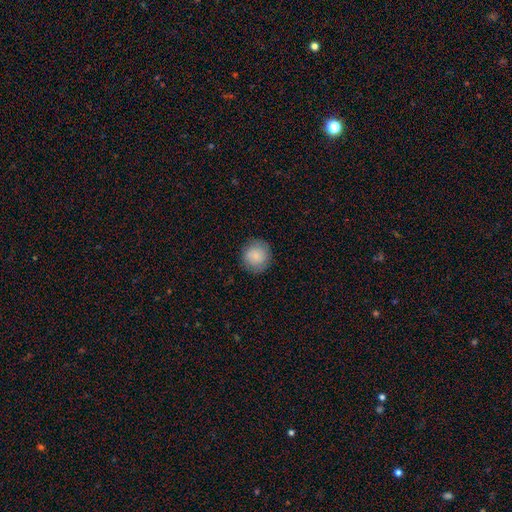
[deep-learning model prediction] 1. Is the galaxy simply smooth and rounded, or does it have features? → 80% smooth, 13% featured or disk, 7% star or artifact.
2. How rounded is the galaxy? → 91% round, 8% in between, 1% cigar-shaped.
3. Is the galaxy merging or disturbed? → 85% none, 11% minor disturbance, 3% major disturbance, 1% merger.